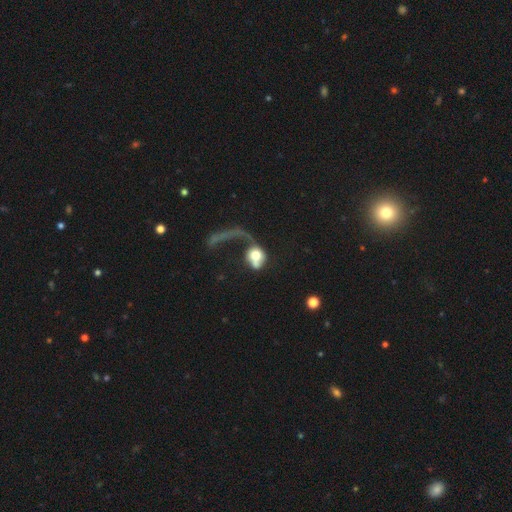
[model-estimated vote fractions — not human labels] The model was most divided on "smooth or featured": smooth: 53%, featured or disk: 39%, star or artifact: 8%. More confident: merging — major disturbance (61%); how rounded — round (60%).